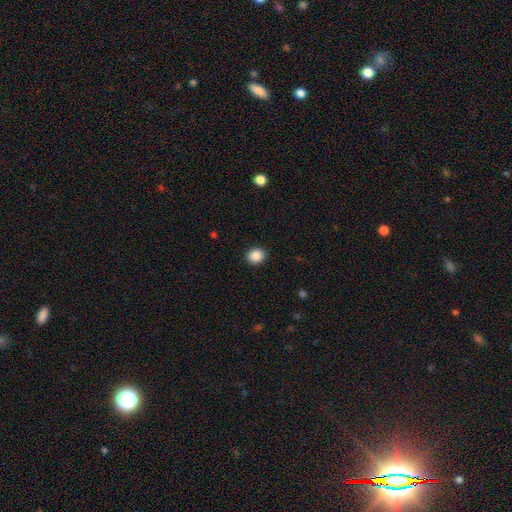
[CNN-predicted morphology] smooth 88%, star or artifact 9%, featured or disk 3%. Down the decision tree: how rounded — round (72%); merging — none (91%).